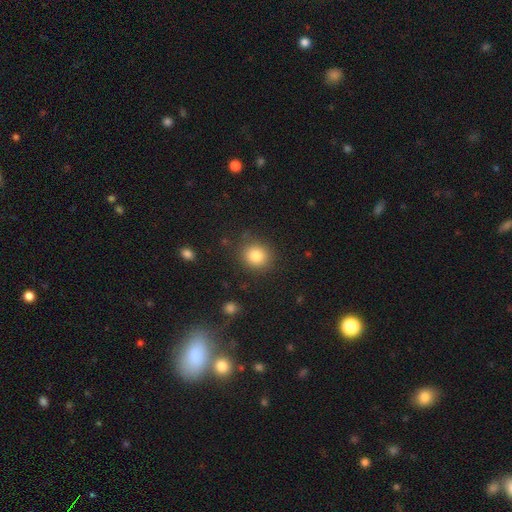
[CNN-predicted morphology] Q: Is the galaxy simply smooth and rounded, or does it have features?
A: smooth — 84%.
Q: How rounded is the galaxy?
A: round — 81%.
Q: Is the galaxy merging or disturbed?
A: none — 83%.